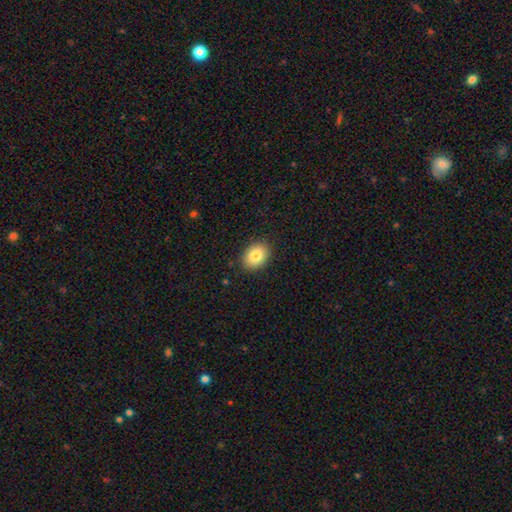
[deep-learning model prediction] A smooth galaxy with no disk features (84%) that is in between round and cigar-shaped (68%).

Vote fractions:
- Smooth or featured? smooth: 84% / star or artifact: 8% / featured or disk: 8%
- How rounded? in between: 68% / round: 31% / cigar-shaped: 1%
- Merging? none: 89% / minor disturbance: 8% / major disturbance: 2% / merger: 1%